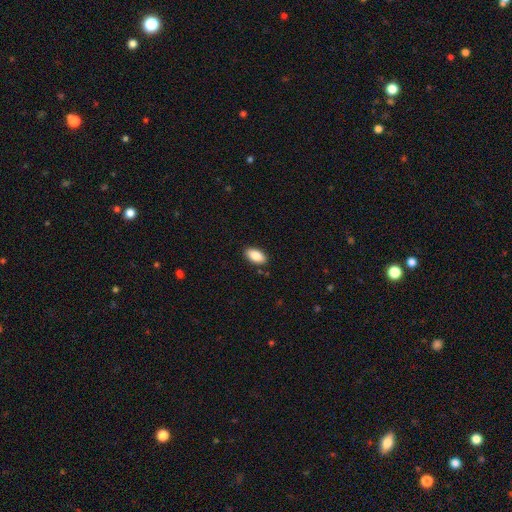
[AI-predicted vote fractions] A smooth galaxy with no disk features (87%) that is in between round and cigar-shaped (94%). Merging: none (88%).